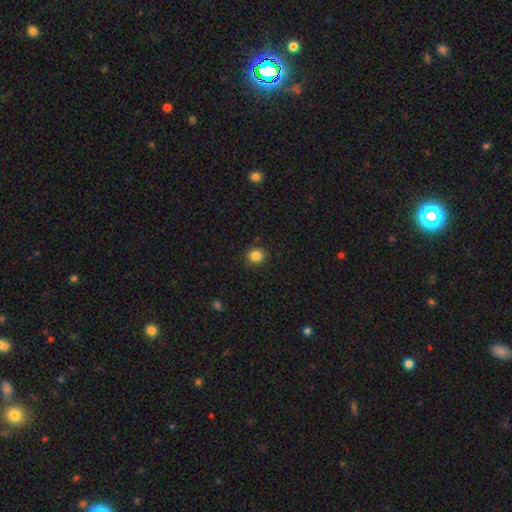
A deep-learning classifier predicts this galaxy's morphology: Smooth or featured: smooth — 84% (star or artifact — 11%)
How rounded: round — 93% (in between — 6%)
Merging: none — 91% (minor disturbance — 6%)